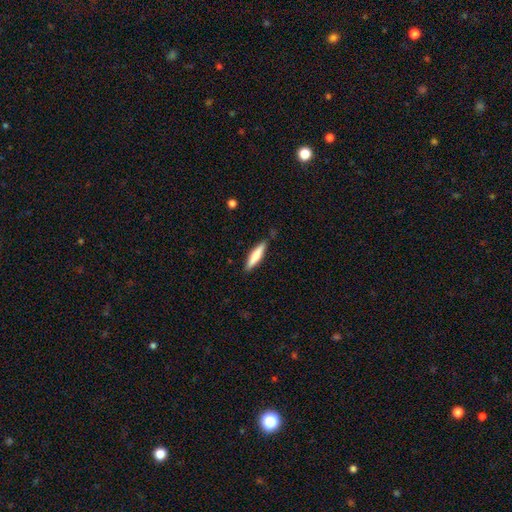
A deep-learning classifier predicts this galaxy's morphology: type=smooth (67%); roundness=cigar-shaped (81%); merging=none (87%).